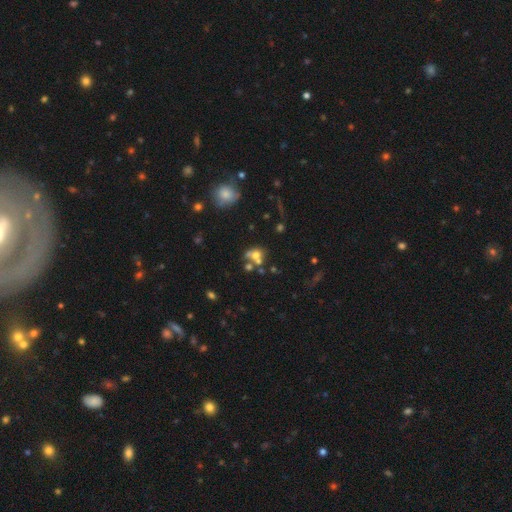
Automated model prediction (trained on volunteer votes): Smooth or featured? smooth (58%)
How rounded? round (61%)
Merging? merger (47%)